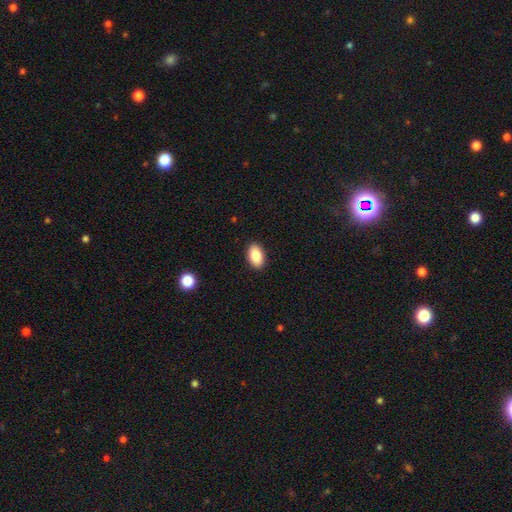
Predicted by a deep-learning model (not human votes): This appears to be a smooth galaxy with no disk features (85%) that is in between round and cigar-shaped (92%). Merging: none (90%).